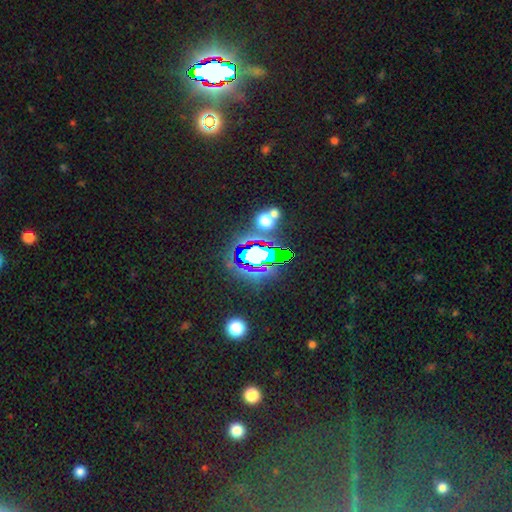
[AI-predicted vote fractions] star or artifact 69%, smooth 19%, featured or disk 12%.